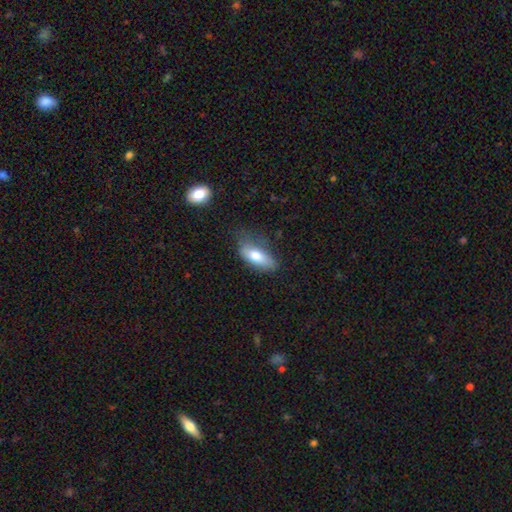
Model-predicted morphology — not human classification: A smooth galaxy with no disk features (75%) that is in between round and cigar-shaped (79%).

Vote fractions:
- Smooth or featured? smooth: 75% / featured or disk: 18% / star or artifact: 7%
- How rounded? in between: 79% / cigar-shaped: 18% / round: 3%
- Merging? none: 49% / minor disturbance: 34% / major disturbance: 15% / merger: 2%